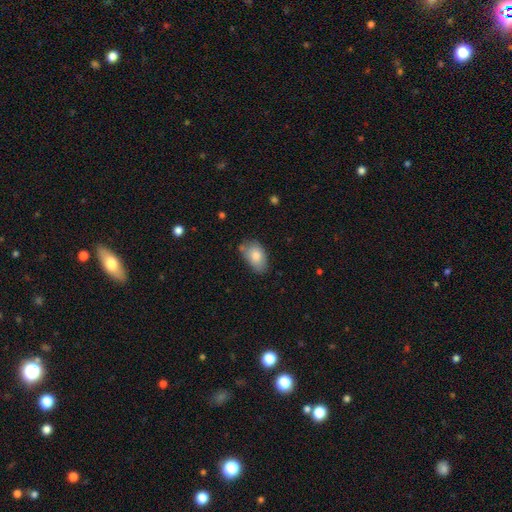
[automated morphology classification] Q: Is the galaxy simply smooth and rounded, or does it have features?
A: smooth — 82%.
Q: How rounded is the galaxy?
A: in between — 91%.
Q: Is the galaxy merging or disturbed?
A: none — 64%.